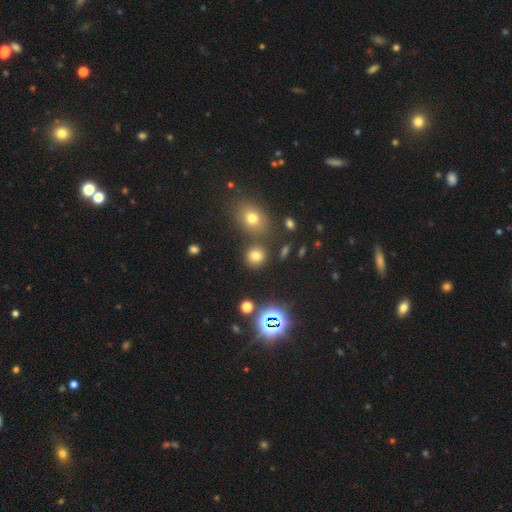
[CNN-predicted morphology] Smooth or featured: smooth — 70% (star or artifact — 22%)
How rounded: round — 84% (in between — 14%)
Merging: none — 79% (merger — 9%)